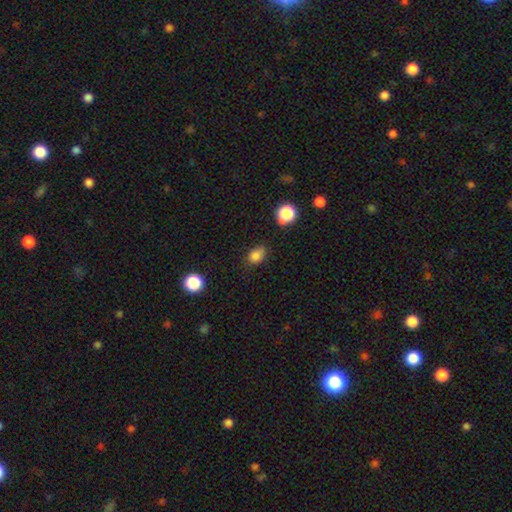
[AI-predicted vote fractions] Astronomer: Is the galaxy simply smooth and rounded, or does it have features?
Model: smooth — 82%.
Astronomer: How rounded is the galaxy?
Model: in between — 59% (runner-up: round, 40%).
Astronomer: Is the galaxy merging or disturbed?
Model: none — 68%.